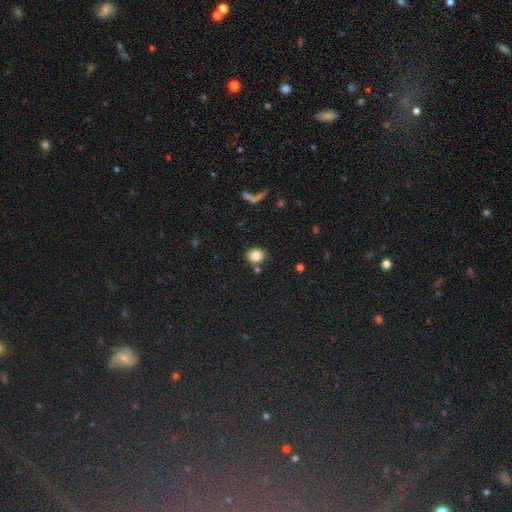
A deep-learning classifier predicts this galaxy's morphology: Smooth or featured? Predicted: smooth (p=0.83). How rounded? Predicted: round (p=0.83). Merging? Predicted: none (p=0.78).